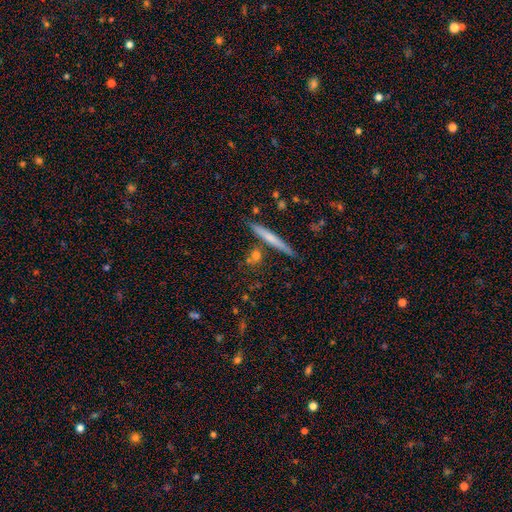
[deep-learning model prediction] Morphology: type=smooth (65%); roundness=cigar-shaped (61%); merging=none (78%).